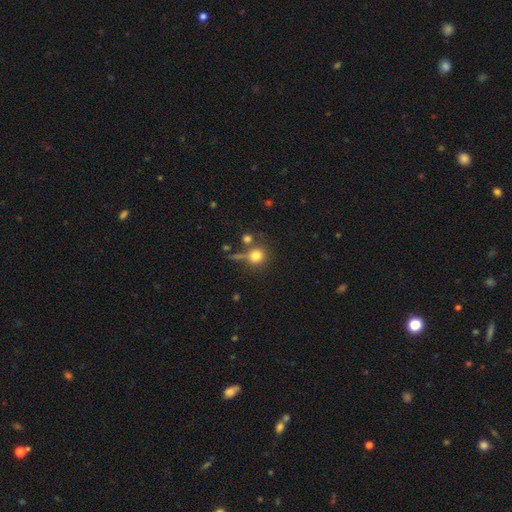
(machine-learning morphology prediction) Smooth or featured? smooth (78%)
How rounded? round (88%)
Merging? none (59%)